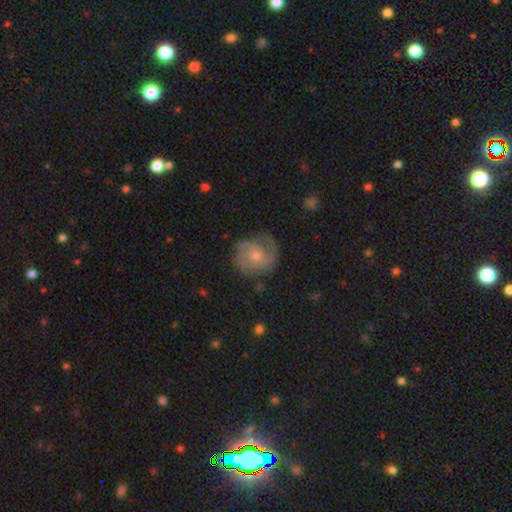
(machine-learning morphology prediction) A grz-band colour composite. It shows a featured or disk galaxy (73%) with no bar (74%), 2 (43%) tight (43%) spiral arms (93%) and a small central bulge (54%). Merging: none (73%).